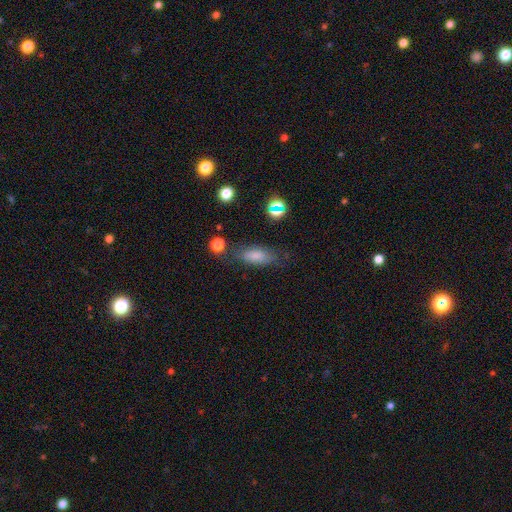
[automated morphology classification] The model was most divided on "merging": none: 72%, minor disturbance: 18%, major disturbance: 6%, merger: 4%. More confident: smooth or featured — smooth (79%); how rounded — in between (79%).